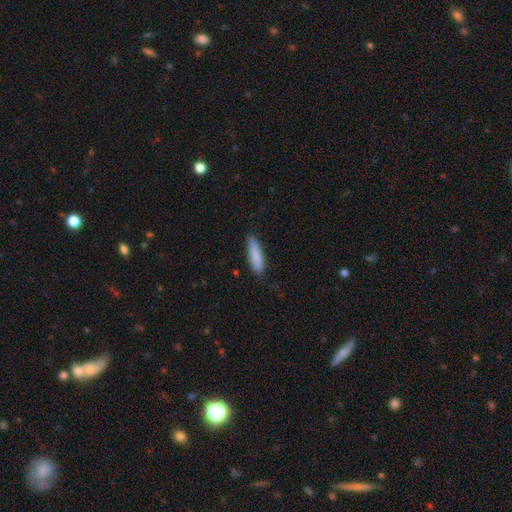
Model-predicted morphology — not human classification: type=smooth (86%); roundness=cigar-shaped (68%); merging=none (83%).